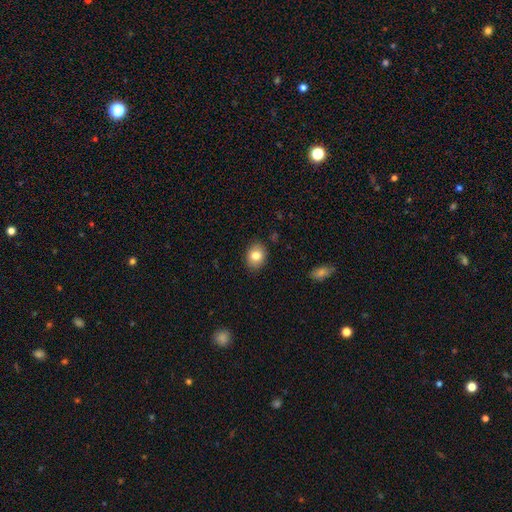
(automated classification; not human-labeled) A smooth galaxy with no disk features (80%) that is in between round and cigar-shaped (51%).

Vote fractions:
- Smooth or featured? smooth: 80% / featured or disk: 11% / star or artifact: 9%
- How rounded? in between: 51% / round: 48% / cigar-shaped: 1%
- Merging? none: 87% / minor disturbance: 10% / major disturbance: 2% / merger: 1%